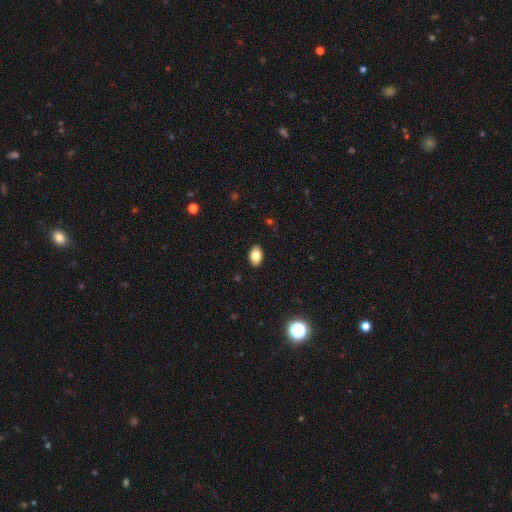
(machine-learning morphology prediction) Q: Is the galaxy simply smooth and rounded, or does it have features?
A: smooth — 82%.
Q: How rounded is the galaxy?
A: in between — 87%.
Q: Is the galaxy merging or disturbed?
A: none — 90%.